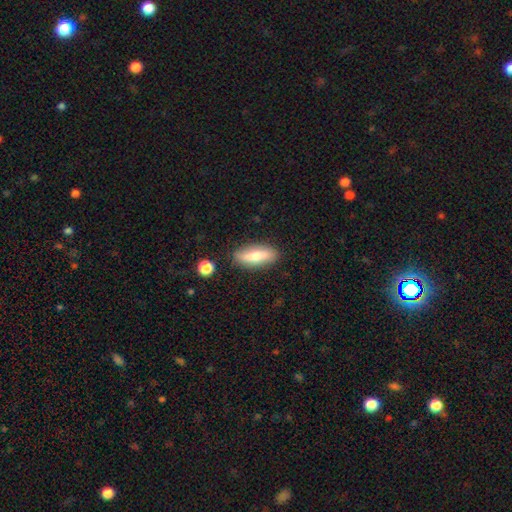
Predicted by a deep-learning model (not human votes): smooth_or_featured: smooth (p=0.58) [alt: featured or disk p=0.35]
how_rounded: in between (p=0.66) [alt: cigar-shaped p=0.31]
merging: none (p=0.85) [alt: minor disturbance p=0.11]